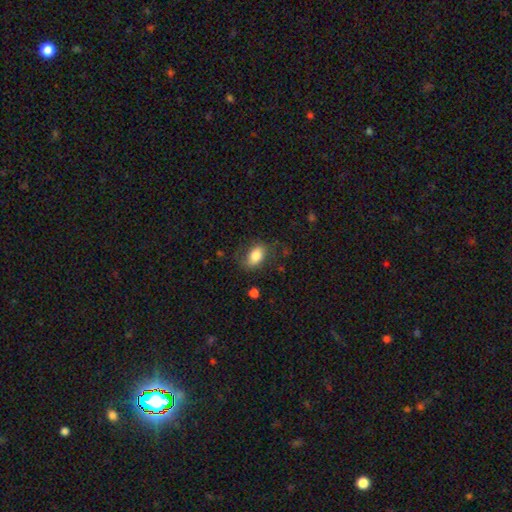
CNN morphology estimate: A smooth galaxy with no disk features (74%) that is in between round and cigar-shaped (87%). Merging: none (63%).